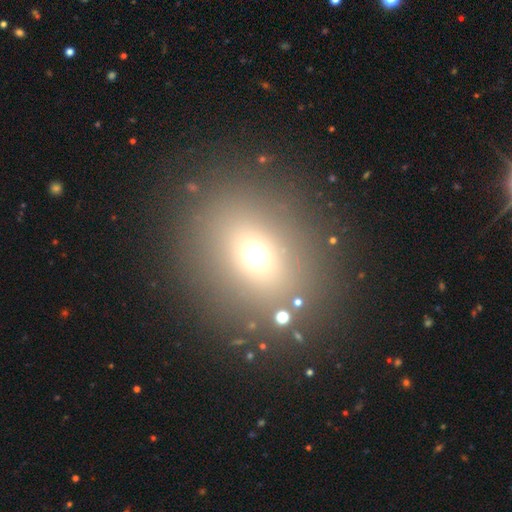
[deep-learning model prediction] The model was most divided on "how rounded": round: 64%, in between: 34%, cigar-shaped: 2%. More confident: merging — none (84%); smooth or featured — smooth (64%).